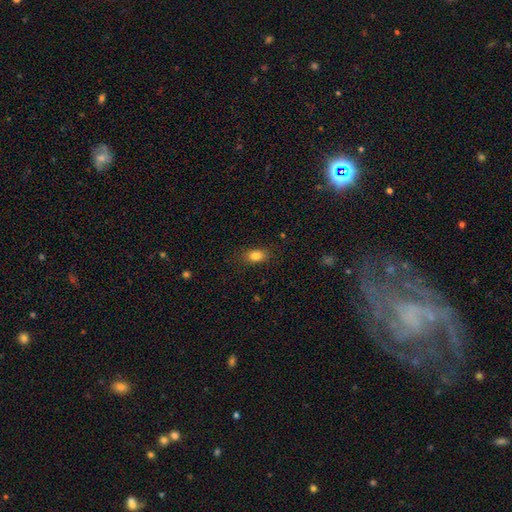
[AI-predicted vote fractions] Overall: smooth (82%). How rounded: in between (84%). Merging: none (85%).